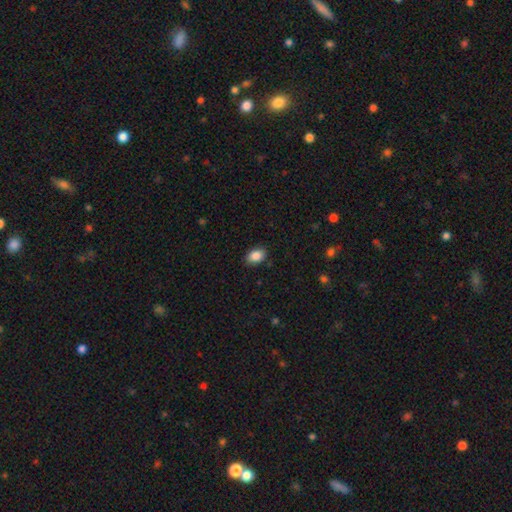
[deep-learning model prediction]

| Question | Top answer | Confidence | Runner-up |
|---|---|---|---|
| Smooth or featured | smooth | 88% | star or artifact (8%) |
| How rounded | in between | 84% | round (15%) |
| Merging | none | 87% | minor disturbance (10%) |